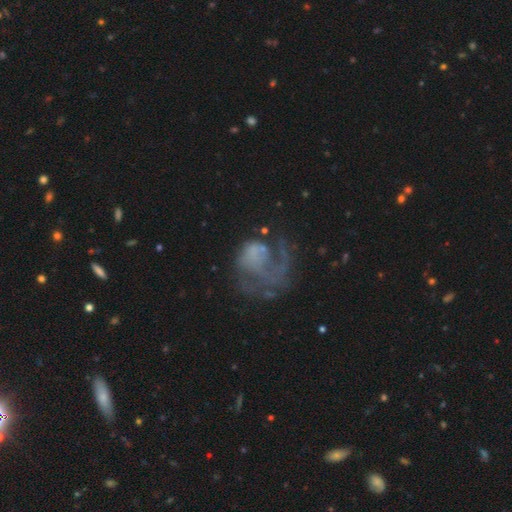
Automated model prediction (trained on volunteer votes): Q: Smooth or featured?
A: featured or disk (64%); runner-up: smooth (25%)
Q: Edge-on disk?
A: no (98%); runner-up: yes (2%)
Q: Bar?
A: no (86%); runner-up: weak (12%)
Q: Spiral arms?
A: yes (53%); runner-up: no (47%)
Q: Bulge size?
A: none (65%); runner-up: small (16%)
Q: Merging?
A: major disturbance (51%); runner-up: none (29%)